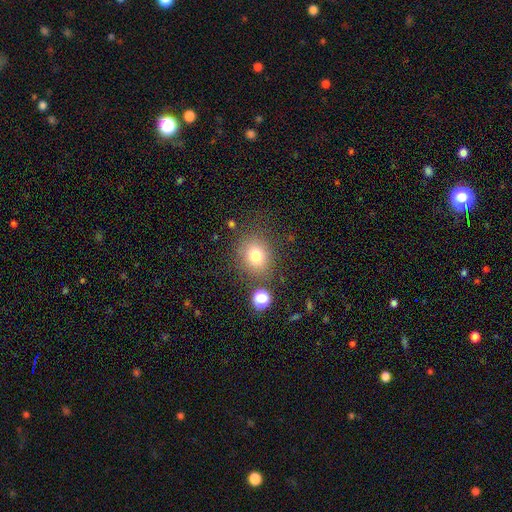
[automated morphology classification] Smooth or featured? smooth (77%)
How rounded? round (69%)
Merging? none (78%)